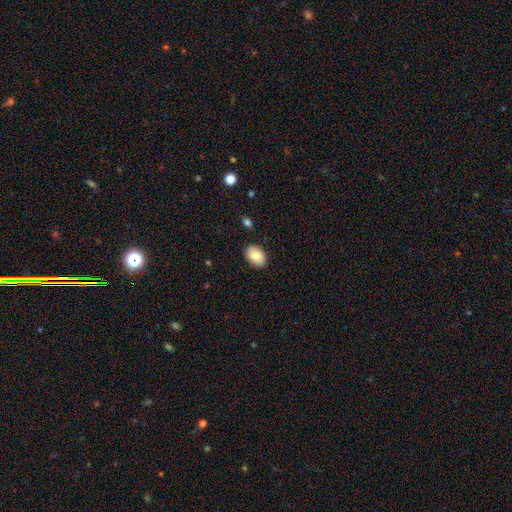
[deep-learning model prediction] smooth_or_featured: smooth (p=0.82) [alt: featured or disk p=0.11]
how_rounded: in between (p=0.84) [alt: round p=0.15]
merging: none (p=0.88) [alt: minor disturbance p=0.09]